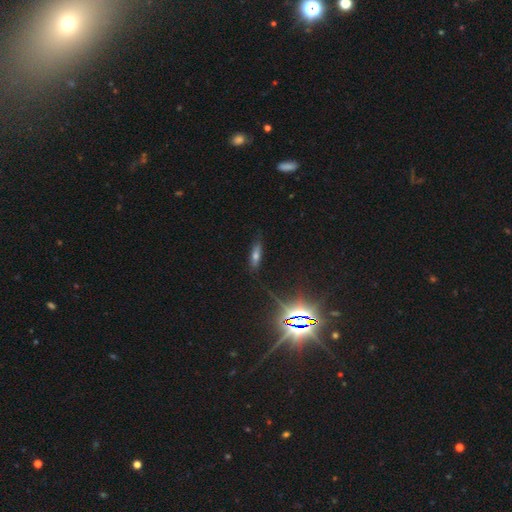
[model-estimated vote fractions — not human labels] Overall: smooth (49%; featured or disk 26%). Merging: none (81%).